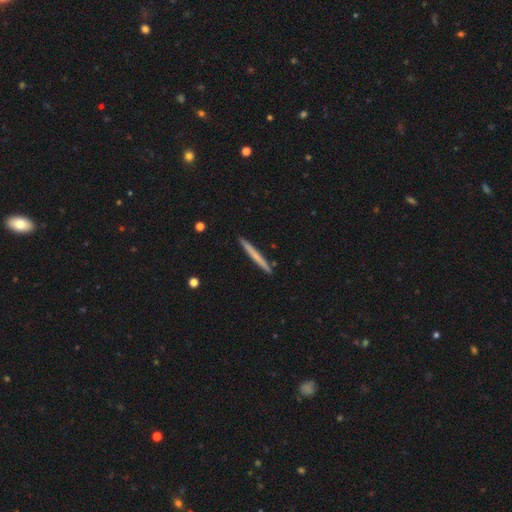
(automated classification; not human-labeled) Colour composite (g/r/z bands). It shows a smooth galaxy with no disk features (58%) that is cigar-shaped (97%). Merging: none (92%).